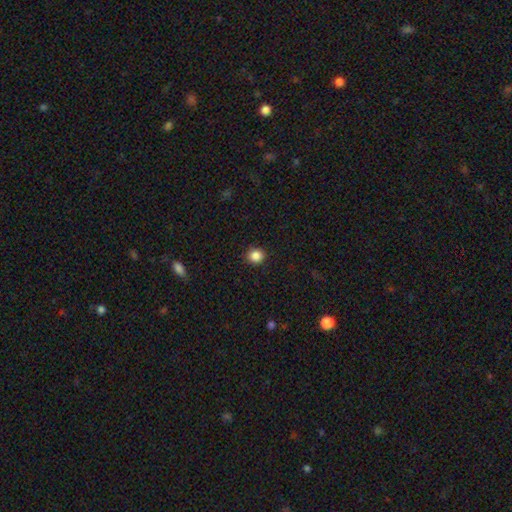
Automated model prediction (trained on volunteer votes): A smooth galaxy with no disk features (86%) that is round (90%). Merging: none (92%).